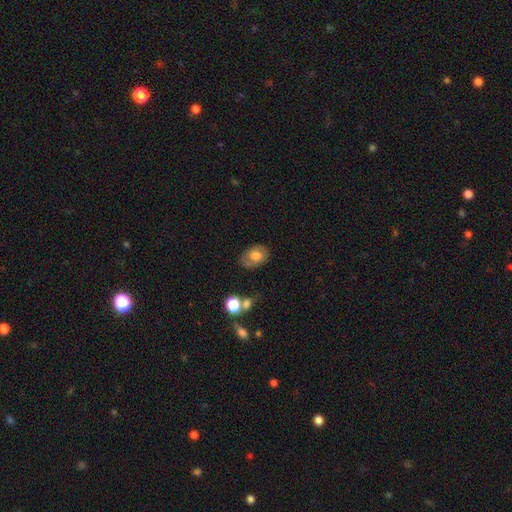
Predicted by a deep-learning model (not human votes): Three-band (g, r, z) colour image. It shows a smooth galaxy with no disk features (61%) that is in between round and cigar-shaped (74%). Merging: none (73%).